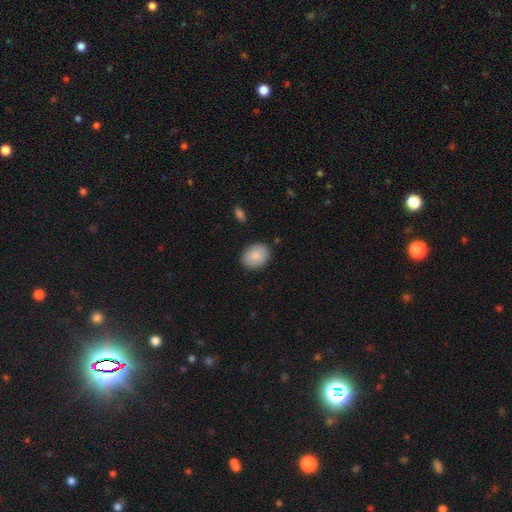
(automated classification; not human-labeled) A smooth galaxy with no disk features (88%) that is in between round and cigar-shaped (62%). Merging: none (87%).